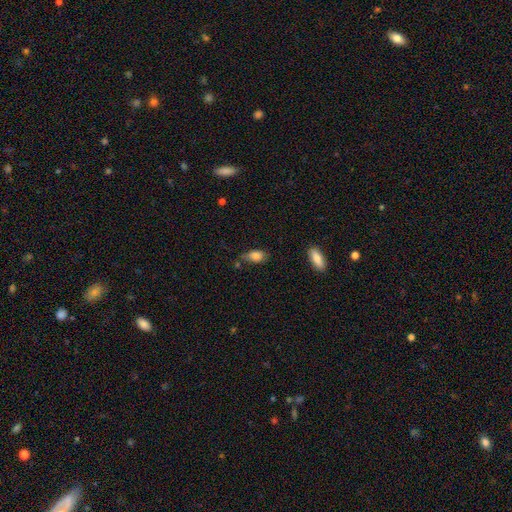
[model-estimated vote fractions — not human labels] Smooth or featured: smooth — 83% (featured or disk — 9%)
How rounded: in between — 87% (round — 9%)
Merging: none — 54% (minor disturbance — 33%)